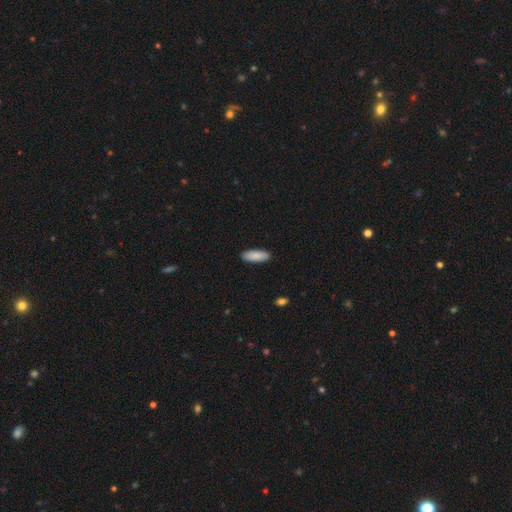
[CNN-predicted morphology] Q: Smooth or featured?
A: smooth (89%); runner-up: featured or disk (6%)
Q: How rounded?
A: in between (66%); runner-up: cigar-shaped (32%)
Q: Merging?
A: none (90%); runner-up: minor disturbance (7%)